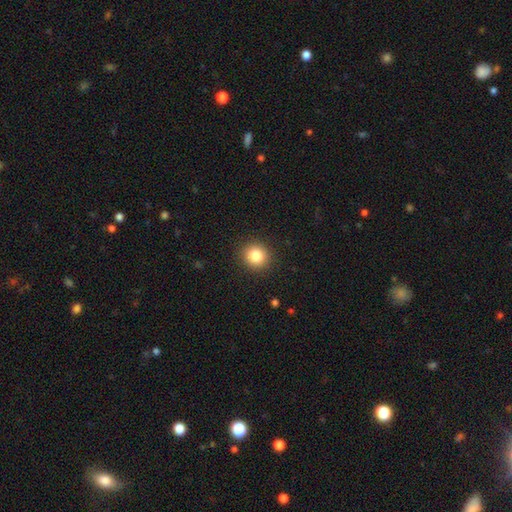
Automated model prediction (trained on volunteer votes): Smooth or featured? Predicted: smooth (p=0.84). How rounded? Predicted: round (p=0.89). Merging? Predicted: none (p=0.91).